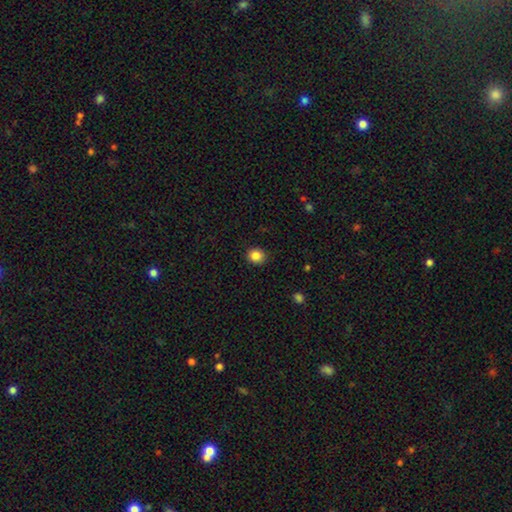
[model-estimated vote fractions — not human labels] Smooth or featured? smooth (85%)
How rounded? round (81%)
Merging? none (91%)